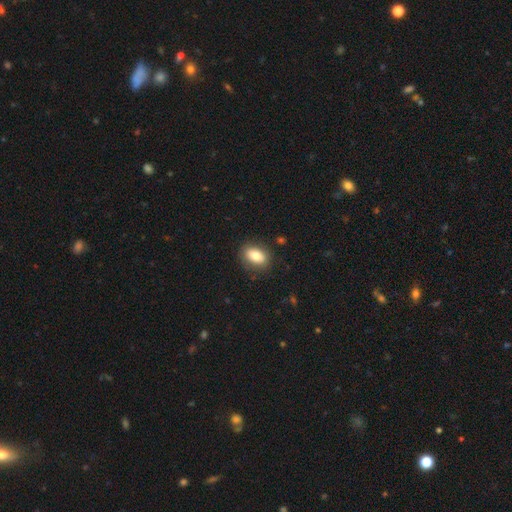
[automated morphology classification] Overall: smooth (81%). How rounded: in between (84%). Merging: none (84%).